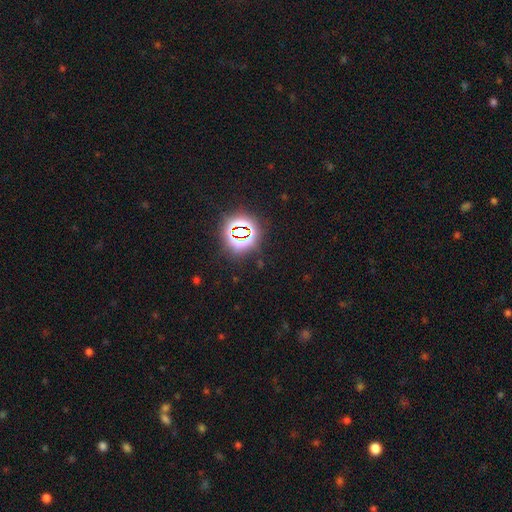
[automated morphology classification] This is likely a star or artifact rather than a galaxy (80%).